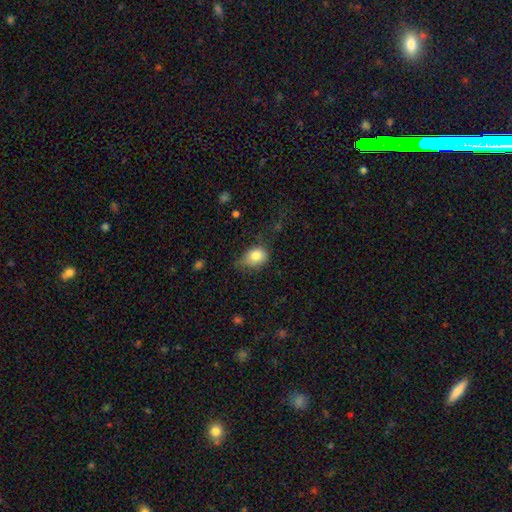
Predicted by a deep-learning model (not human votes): This is clearly a smooth galaxy (81%). How rounded: possibly in between (60%). Merging: possibly none (46%).